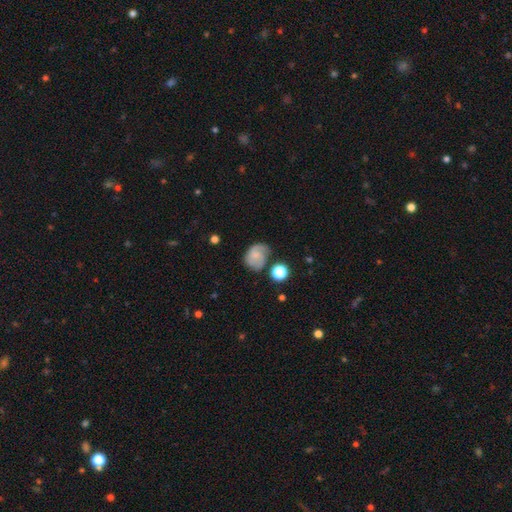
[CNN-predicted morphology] Smooth or featured? Predicted: smooth (p=0.47). Merging? Predicted: none (p=0.52).